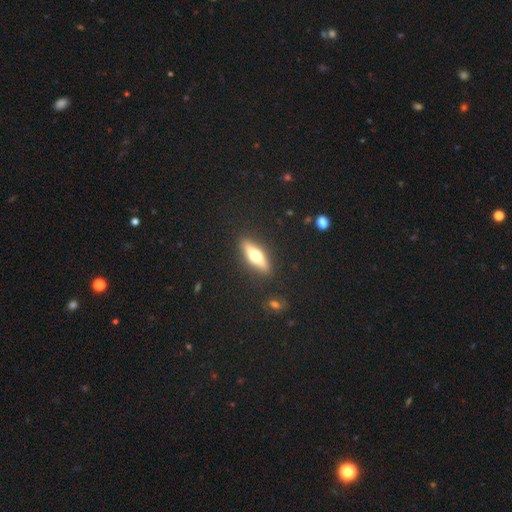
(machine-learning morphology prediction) Q: Smooth or featured?
A: featured or disk (48%); runner-up: smooth (46%)
Q: Merging?
A: none (88%); runner-up: minor disturbance (8%)